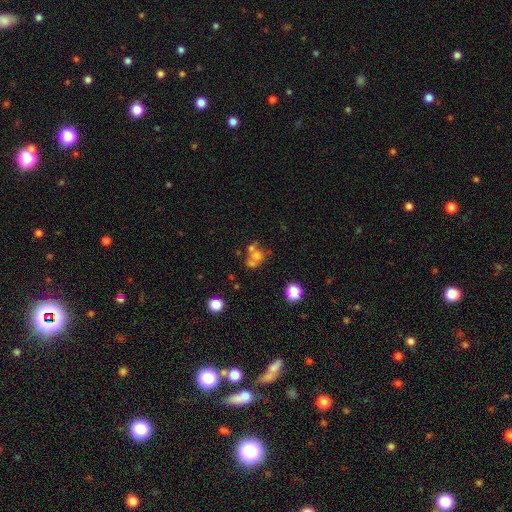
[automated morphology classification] type=smooth (55%); roundness=round (71%); merging=merger (46%).